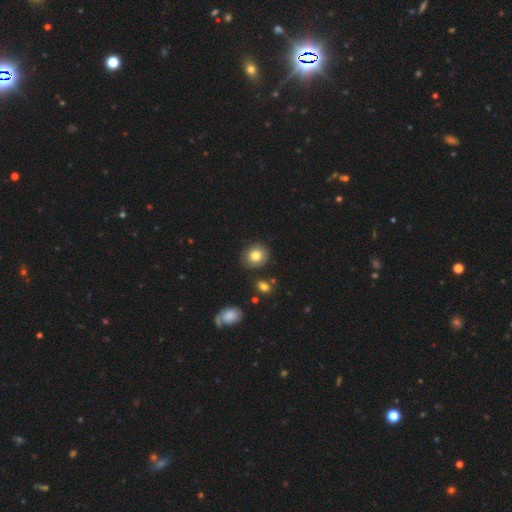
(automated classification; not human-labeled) smooth-or-featured: smooth: 80% | featured or disk: 10% | star or artifact: 9%
  how-rounded: round: 81% | in between: 18% | cigar-shaped: 1%
  merging: none: 85% | minor disturbance: 10% | merger: 3% | major disturbance: 2%